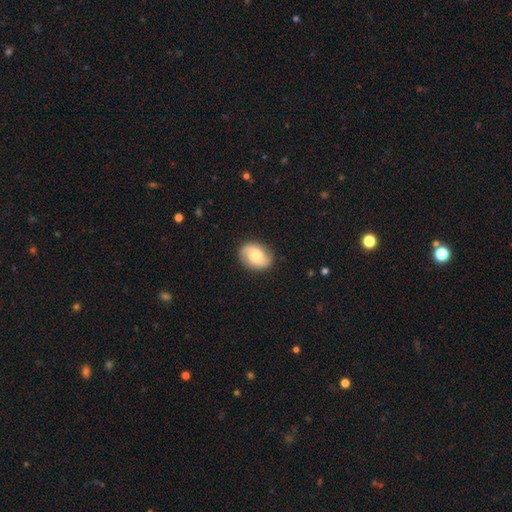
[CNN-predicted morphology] A featured or disk galaxy (53%) with no bar (63%), spiral arms (89%) and a moderate central bulge (60%).

Vote fractions:
- Smooth or featured? featured or disk: 53% / smooth: 40% / star or artifact: 7%
- Edge-on disk? no: 97% / yes: 3%
- Bar? no: 63% / weak: 30% / strong: 7%
- Spiral arms? yes: 89% / no: 11%
- Bulge size? moderate: 60% / small: 28% / large: 8% / none: 2% / dominant: 2%
- Merging? none: 84% / minor disturbance: 12% / major disturbance: 3% / merger: 1%